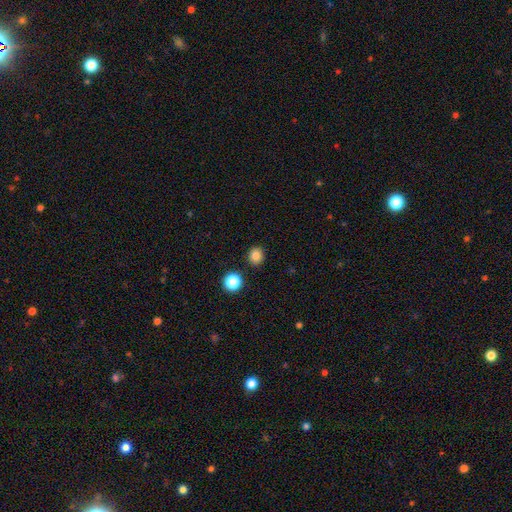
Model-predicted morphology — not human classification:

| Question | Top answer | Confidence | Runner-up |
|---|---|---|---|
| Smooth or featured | smooth | 82% | star or artifact (13%) |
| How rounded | round | 86% | in between (13%) |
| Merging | none | 90% | minor disturbance (6%) |